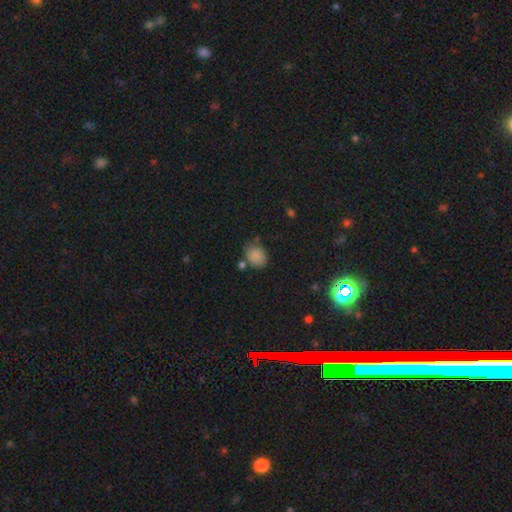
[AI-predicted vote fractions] Q: Smooth or featured?
A: smooth (84%); runner-up: star or artifact (11%)
Q: How rounded?
A: in between (55%); runner-up: round (44%)
Q: Merging?
A: none (65%); runner-up: minor disturbance (20%)